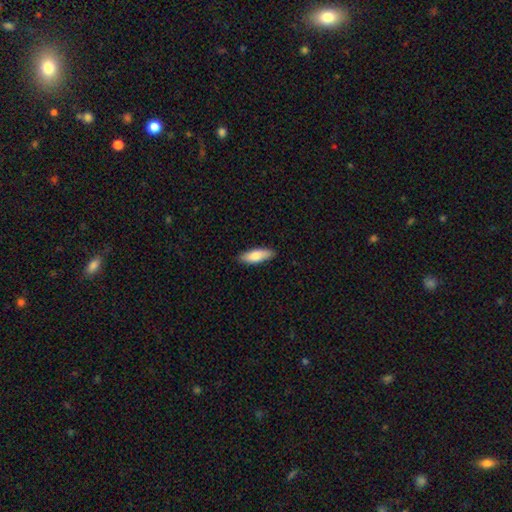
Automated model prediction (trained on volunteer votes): Smooth or featured? Predicted: smooth (p=0.80). How rounded? Predicted: in between (p=0.59). Merging? Predicted: none (p=0.89).